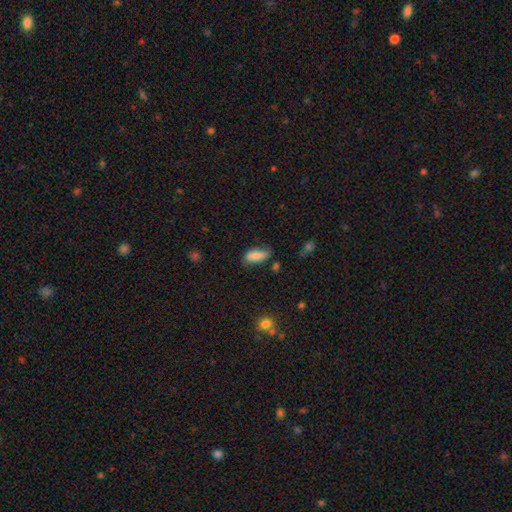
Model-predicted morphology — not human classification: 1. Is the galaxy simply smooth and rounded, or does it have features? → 79% smooth, 14% featured or disk, 7% star or artifact.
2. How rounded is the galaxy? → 80% in between, 18% cigar-shaped, 3% round.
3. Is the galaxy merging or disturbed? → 59% none, 30% minor disturbance, 8% major disturbance, 3% merger.